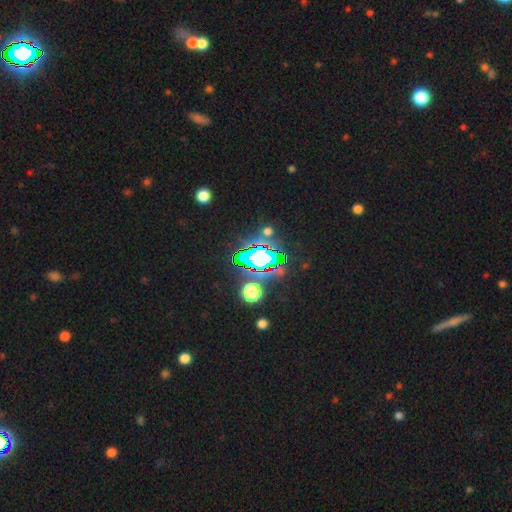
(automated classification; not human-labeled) A star or artifact, not a galaxy (70%).

Vote fractions:
- Smooth or featured? star or artifact: 70% / smooth: 18% / featured or disk: 12%